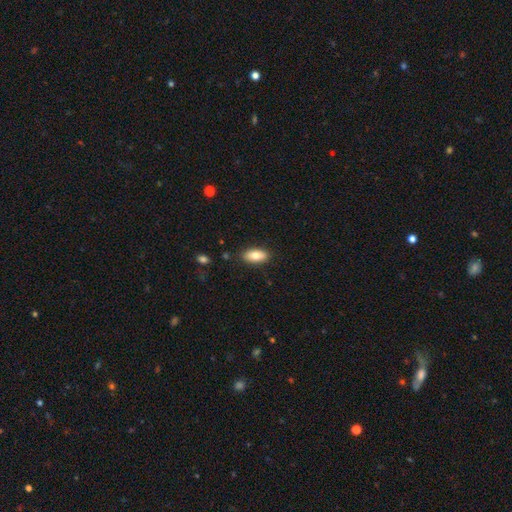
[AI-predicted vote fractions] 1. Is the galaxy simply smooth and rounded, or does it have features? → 81% smooth, 12% featured or disk, 7% star or artifact.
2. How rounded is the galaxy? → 89% in between, 8% cigar-shaped, 3% round.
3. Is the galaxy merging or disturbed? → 87% none, 10% minor disturbance, 2% major disturbance, 1% merger.